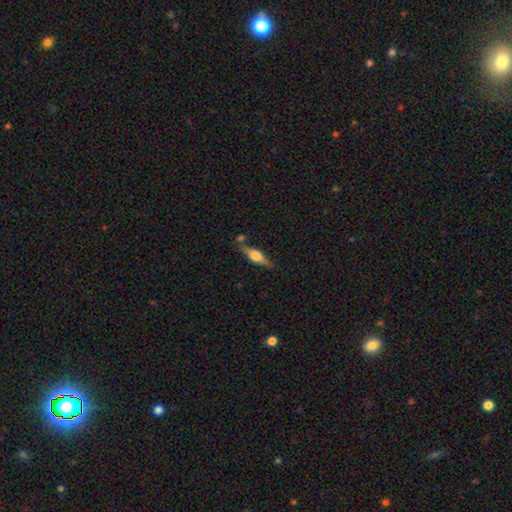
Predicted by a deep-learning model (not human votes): smooth_or_featured: featured or disk (p=0.69) [alt: smooth p=0.24]
disk_edge_on: yes (p=0.96) [alt: no p=0.04]
edge_on_bulge: rounded (p=0.88) [alt: boxy p=0.10]
merging: none (p=0.75) [alt: minor disturbance p=0.13]